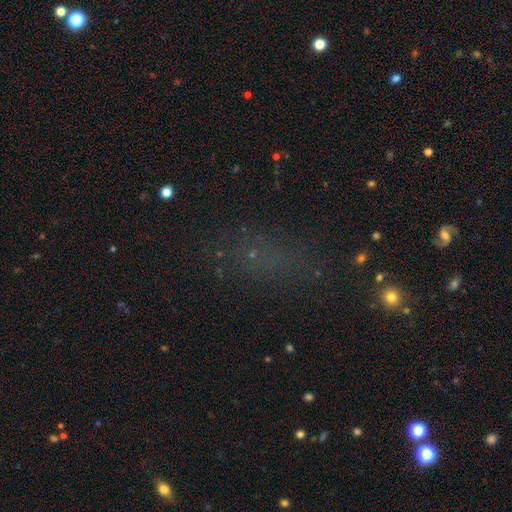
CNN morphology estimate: star or artifact 45%, smooth 39%, featured or disk 15%.